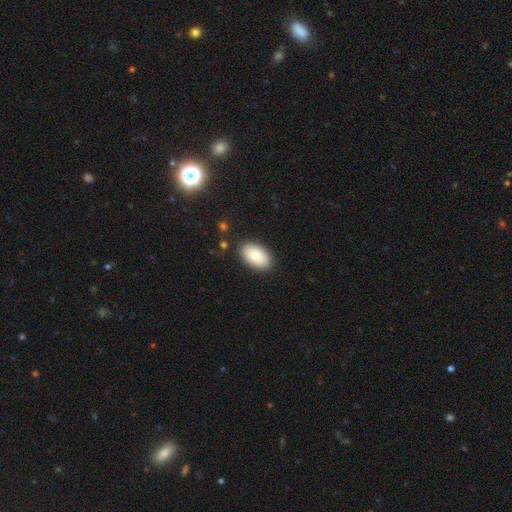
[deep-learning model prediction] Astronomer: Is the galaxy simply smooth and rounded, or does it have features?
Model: smooth — 85%.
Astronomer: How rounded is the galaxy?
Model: in between — 95%.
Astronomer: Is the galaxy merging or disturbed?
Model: none — 87%.